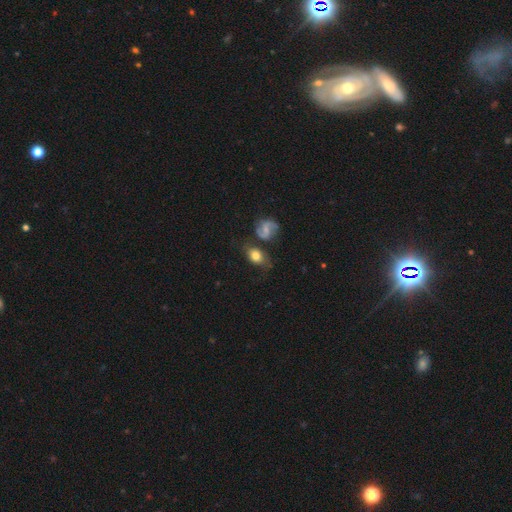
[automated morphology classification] Smooth or featured: smooth — 65% (featured or disk — 26%)
How rounded: in between — 67% (round — 30%)
Merging: none — 57% (minor disturbance — 23%)